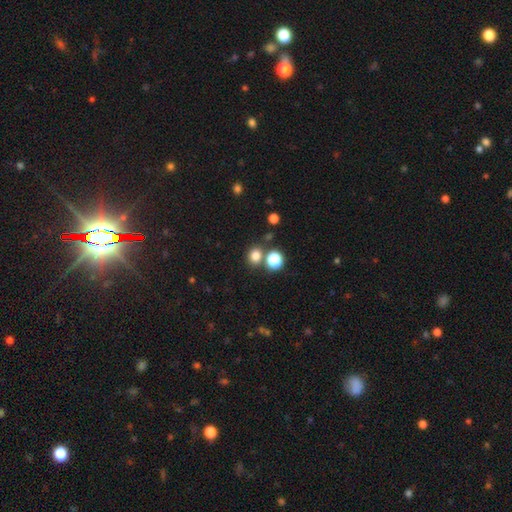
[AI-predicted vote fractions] Overall: smooth (77%). How rounded: round (76%). Merging: none (71%).